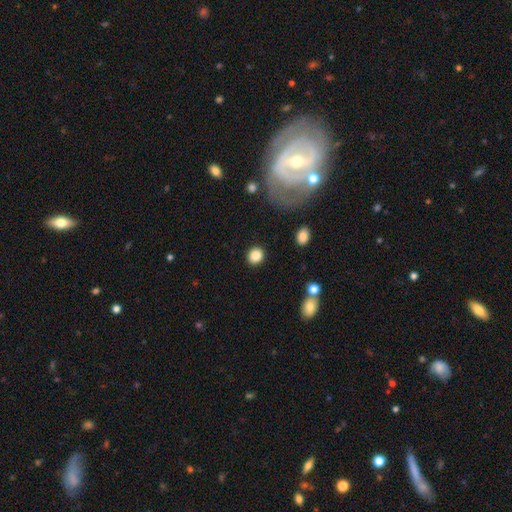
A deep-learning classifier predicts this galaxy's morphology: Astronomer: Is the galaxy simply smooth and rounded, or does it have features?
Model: smooth — 87%.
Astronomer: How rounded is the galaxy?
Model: round — 79%.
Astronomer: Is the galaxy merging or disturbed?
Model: none — 89%.